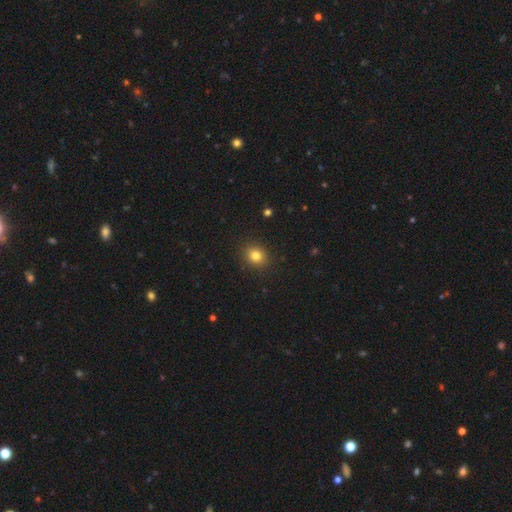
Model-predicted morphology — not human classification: This appears to be a smooth galaxy with no disk features (81%) that is round (70%). Merging: none (90%).